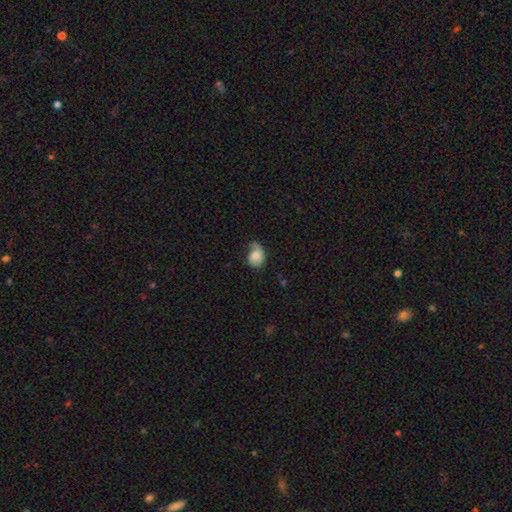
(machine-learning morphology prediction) This appears to be a smooth galaxy with no disk features (57%) that is in between round and cigar-shaped (57%). Merging: none (38%).